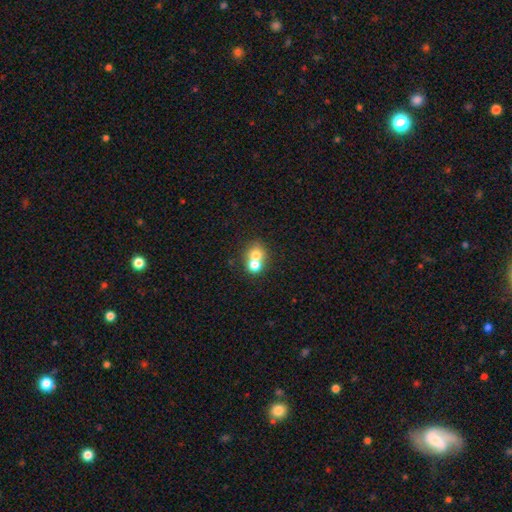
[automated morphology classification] This is likely a smooth galaxy (70%). How rounded: likely round (74%). Merging: likely merger (62%).